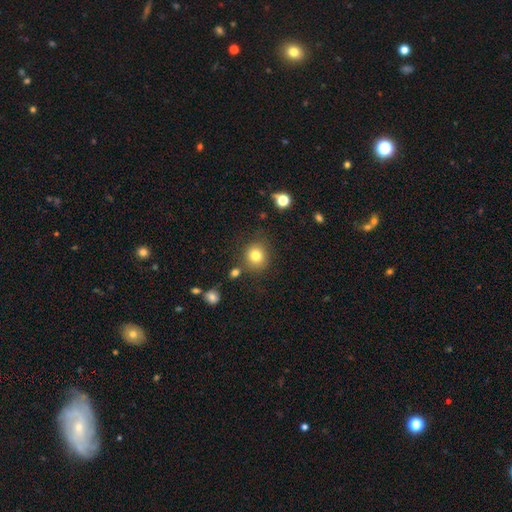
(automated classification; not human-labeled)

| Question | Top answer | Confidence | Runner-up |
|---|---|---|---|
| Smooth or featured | smooth | 80% | star or artifact (12%) |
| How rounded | round | 83% | in between (16%) |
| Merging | none | 80% | minor disturbance (11%) |